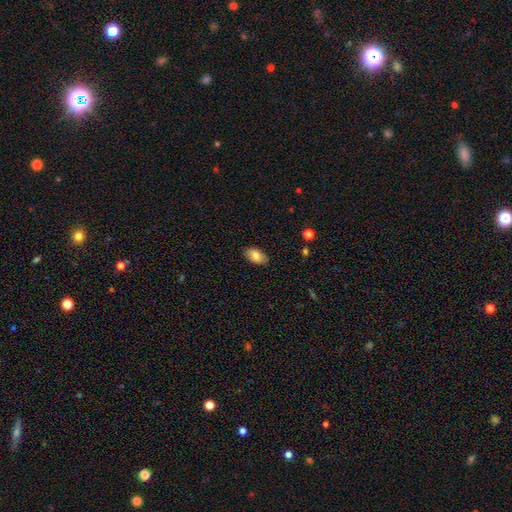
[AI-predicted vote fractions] The model was most divided on "smooth or featured": smooth: 82%, featured or disk: 11%, star or artifact: 7%. More confident: how rounded — in between (93%); merging — none (86%).